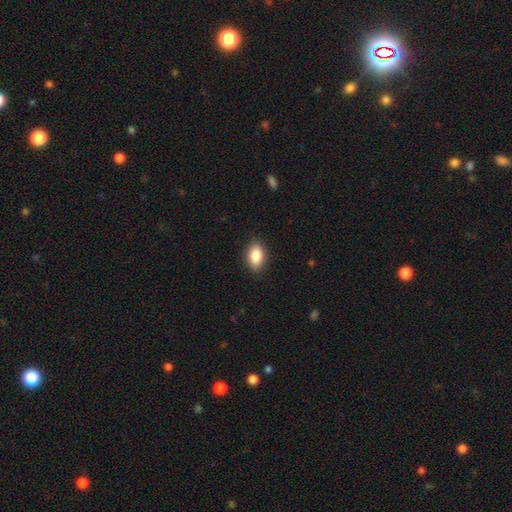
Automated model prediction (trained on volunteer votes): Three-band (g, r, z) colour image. It shows a smooth galaxy with no disk features (86%) that is in between round and cigar-shaped (88%). Merging: none (87%).